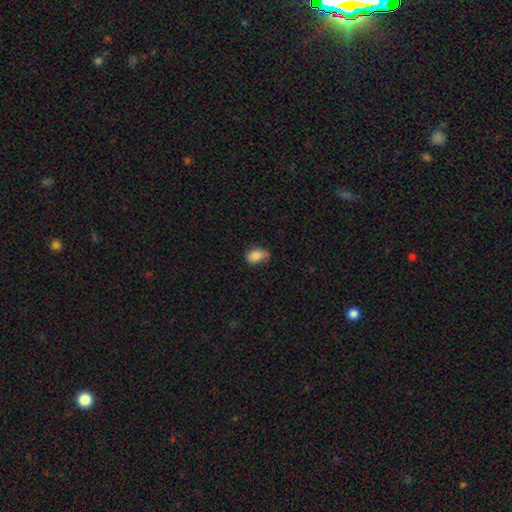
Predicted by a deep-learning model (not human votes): The model was most divided on "merging": none: 52%, minor disturbance: 38%, major disturbance: 8%, merger: 3%. More confident: smooth or featured — smooth (83%); how rounded — in between (80%).